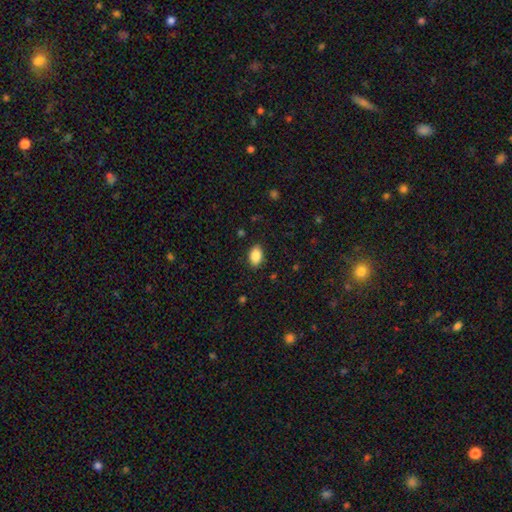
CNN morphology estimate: smooth_or_featured: smooth (p=0.88) [alt: star or artifact p=0.08]
how_rounded: in between (p=0.88) [alt: round p=0.10]
merging: none (p=0.87) [alt: minor disturbance p=0.10]